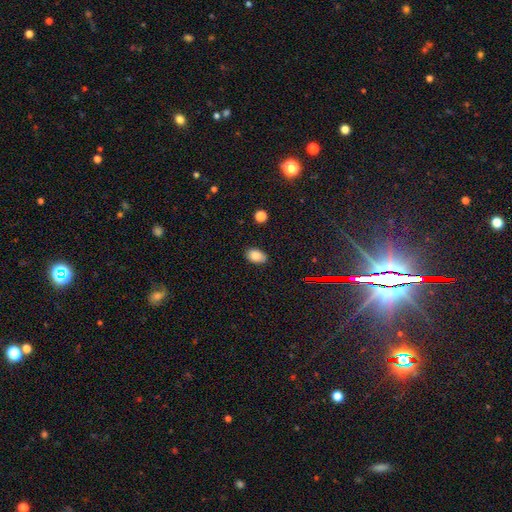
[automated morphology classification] Q: Smooth or featured?
A: smooth (84%); runner-up: star or artifact (10%)
Q: How rounded?
A: in between (86%); runner-up: round (12%)
Q: Merging?
A: none (84%); runner-up: minor disturbance (12%)